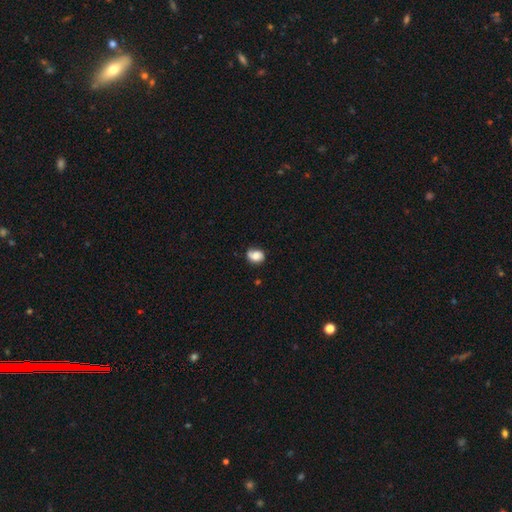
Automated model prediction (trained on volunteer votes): Q: Smooth or featured?
A: smooth (72%); runner-up: featured or disk (19%)
Q: How rounded?
A: in between (53%); runner-up: round (46%)
Q: Merging?
A: none (58%); runner-up: minor disturbance (30%)